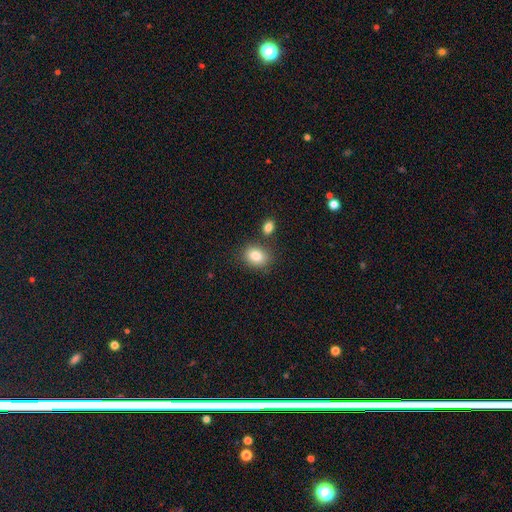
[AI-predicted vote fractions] A smooth galaxy with no disk features (85%) that is in between round and cigar-shaped (62%).

Vote fractions:
- Smooth or featured? smooth: 85% / star or artifact: 9% / featured or disk: 7%
- How rounded? in between: 62% / round: 37% / cigar-shaped: 1%
- Merging? none: 73% / minor disturbance: 12% / merger: 11% / major disturbance: 3%